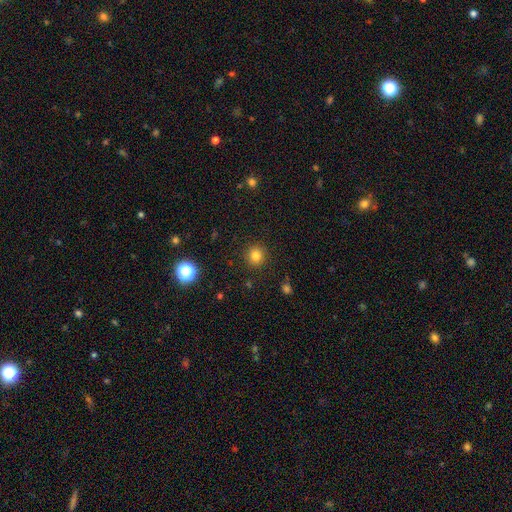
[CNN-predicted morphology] Smooth or featured? smooth (81%)
How rounded? round (91%)
Merging? none (91%)